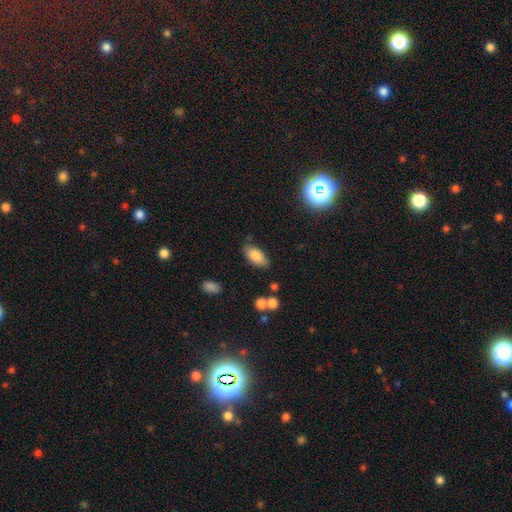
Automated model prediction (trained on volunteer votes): Overall: smooth (84%). How rounded: in between (90%). Merging: none (76%).